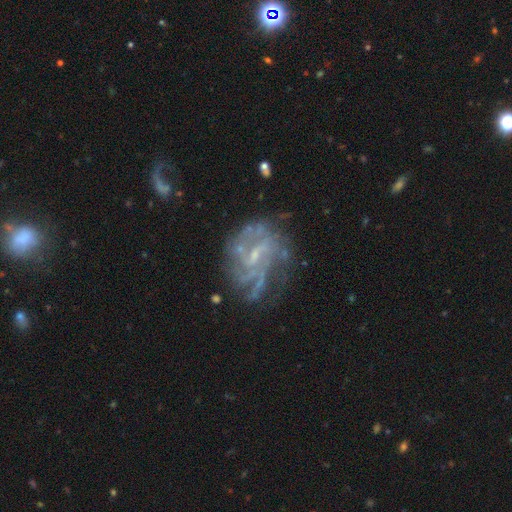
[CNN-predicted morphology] This appears to be a featured or disk galaxy (81%) with a weak bar (52%), medium (41%) spiral arms (86%) and a small central bulge (64%). Merging: none (55%).